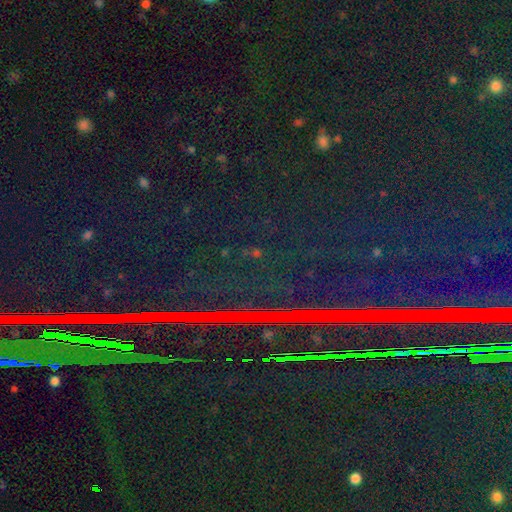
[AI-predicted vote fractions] Smooth or featured: star or artifact — 86% (smooth — 7%)